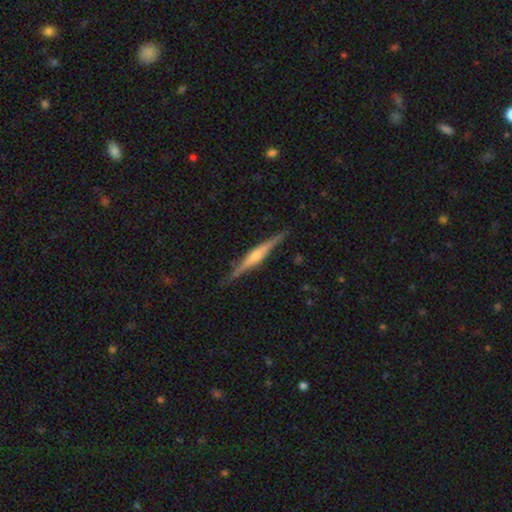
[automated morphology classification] smooth_or_featured: featured or disk (p=0.80) [alt: smooth p=0.15]
disk_edge_on: yes (p=0.98) [alt: no p=0.02]
edge_on_bulge: rounded (p=0.80) [alt: boxy p=0.11]
merging: none (p=0.88) [alt: minor disturbance p=0.09]